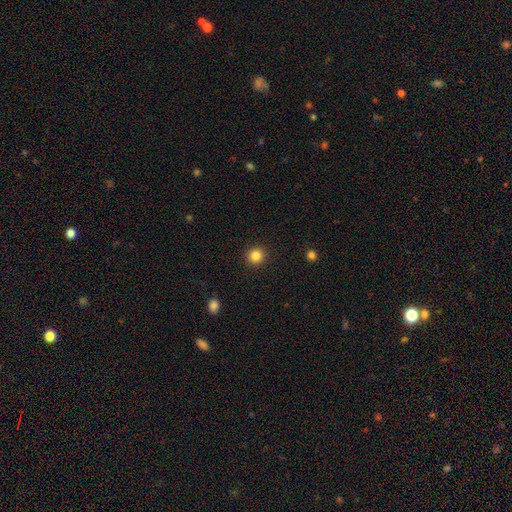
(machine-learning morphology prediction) A smooth galaxy with no disk features (84%) that is round (93%). Merging: none (92%).